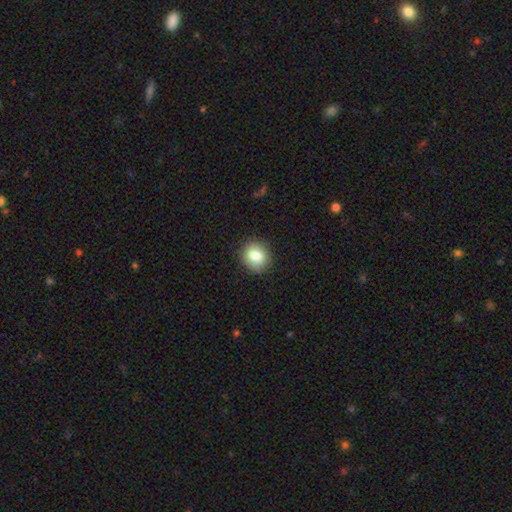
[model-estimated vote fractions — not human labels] smooth 83%, star or artifact 9%, featured or disk 8%. Down the decision tree: how rounded — round (82%); merging — none (88%).